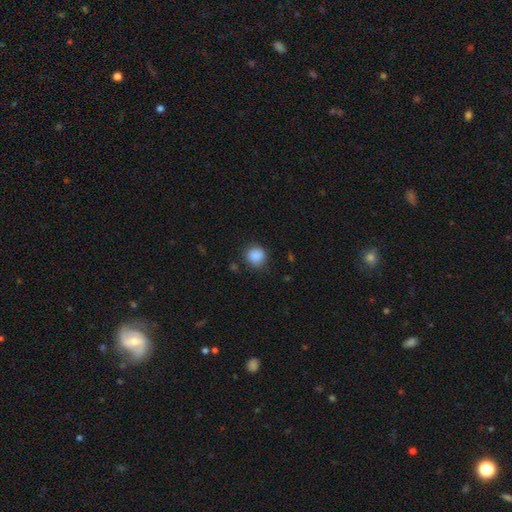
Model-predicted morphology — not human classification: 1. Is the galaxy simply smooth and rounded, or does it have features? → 88% smooth, 9% star or artifact, 3% featured or disk.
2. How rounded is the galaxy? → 90% round, 9% in between, 1% cigar-shaped.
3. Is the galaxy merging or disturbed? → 85% none, 11% minor disturbance, 3% major disturbance, 1% merger.